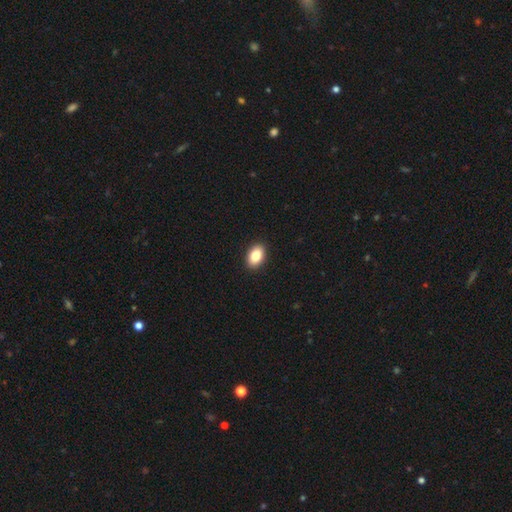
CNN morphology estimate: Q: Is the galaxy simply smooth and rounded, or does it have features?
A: smooth — 85%.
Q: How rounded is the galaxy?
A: in between — 88%.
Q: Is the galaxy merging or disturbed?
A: none — 92%.